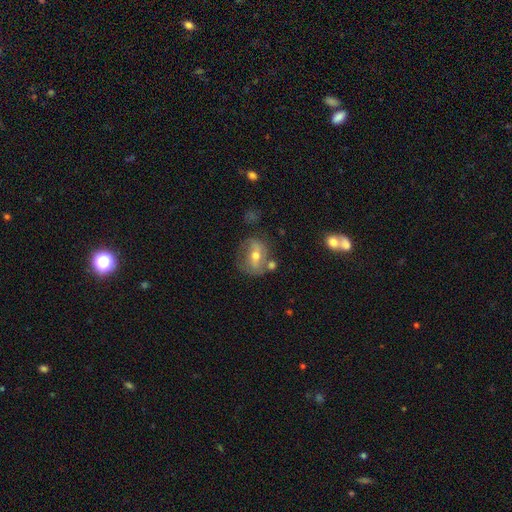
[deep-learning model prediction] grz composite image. It shows a featured or disk galaxy (58%) with a strong bar (40%), spiral arms (56%) and a moderate central bulge (66%). Merging: none (59%).